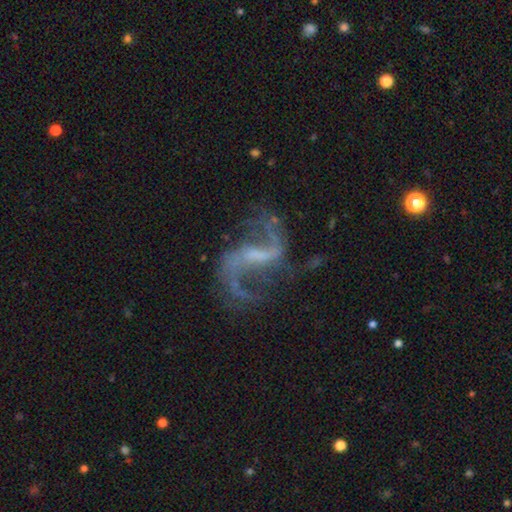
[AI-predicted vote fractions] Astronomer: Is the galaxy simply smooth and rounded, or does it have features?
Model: featured or disk — 90%.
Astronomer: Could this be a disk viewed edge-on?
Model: no — 97%.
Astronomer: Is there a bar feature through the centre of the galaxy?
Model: weak — 48% (runner-up: strong, 38%).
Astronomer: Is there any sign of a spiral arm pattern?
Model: yes — 96%.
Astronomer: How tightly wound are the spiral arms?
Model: loose — 78%.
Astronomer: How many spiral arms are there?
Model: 2 — 92%.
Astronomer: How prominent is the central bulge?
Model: none — 42% (runner-up: small, 37%).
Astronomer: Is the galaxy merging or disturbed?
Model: none — 69%.